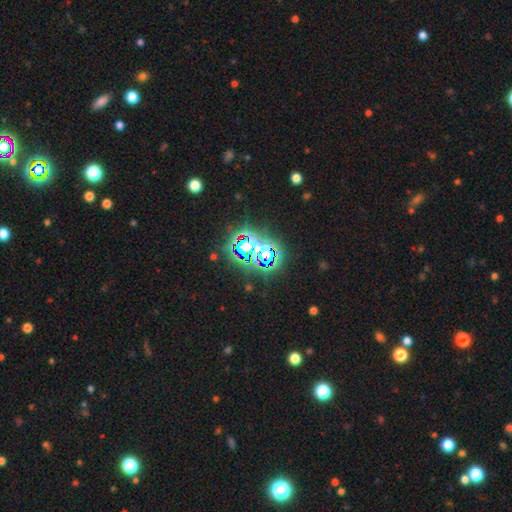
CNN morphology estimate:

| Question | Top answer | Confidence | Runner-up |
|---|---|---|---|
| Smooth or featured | star or artifact | 79% | smooth (13%) |